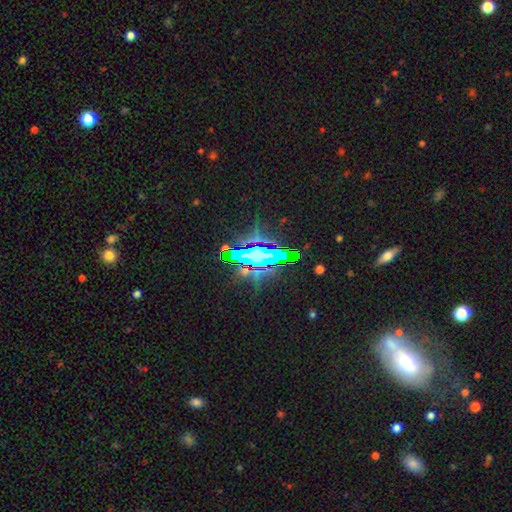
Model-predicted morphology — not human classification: This appears to be a star or artifact, not a galaxy (68%).